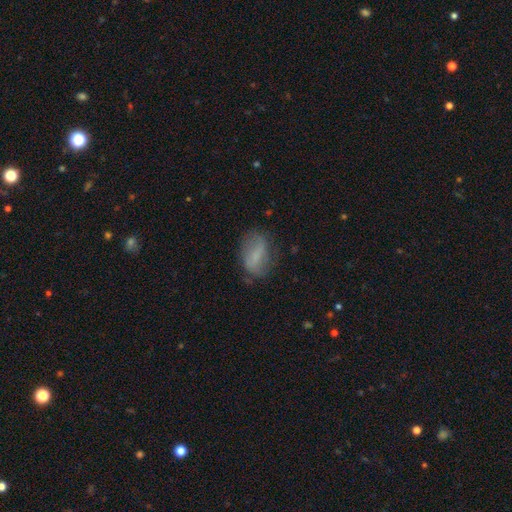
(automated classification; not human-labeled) smooth_or_featured: smooth (p=0.59) [alt: featured or disk p=0.32]
how_rounded: in between (p=0.85) [alt: round p=0.09]
merging: none (p=0.60) [alt: minor disturbance p=0.26]